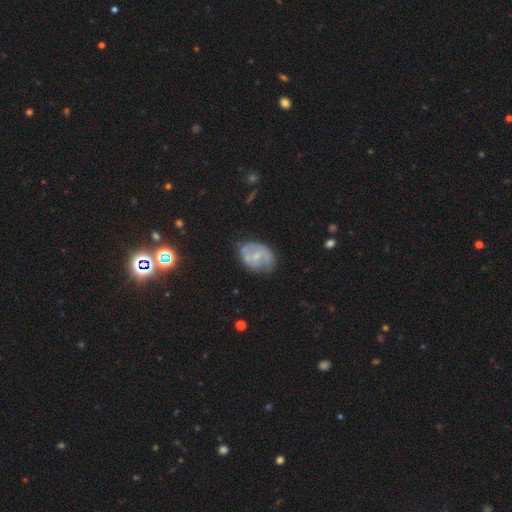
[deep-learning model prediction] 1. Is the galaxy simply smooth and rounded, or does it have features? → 58% featured or disk, 34% smooth, 8% star or artifact.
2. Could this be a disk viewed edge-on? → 96% no, 4% yes.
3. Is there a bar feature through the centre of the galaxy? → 51% no, 41% weak, 9% strong.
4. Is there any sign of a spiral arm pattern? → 67% yes, 33% no.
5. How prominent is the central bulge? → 59% small, 29% moderate, 10% none, 1% large, 1% dominant.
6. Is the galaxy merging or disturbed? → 62% none, 25% minor disturbance, 9% major disturbance, 4% merger.